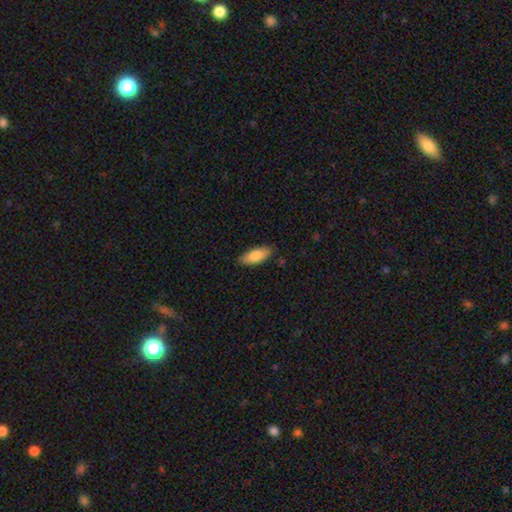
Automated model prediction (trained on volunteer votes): Morphology: type=smooth (84%); roundness=in between (77%); merging=none (87%).